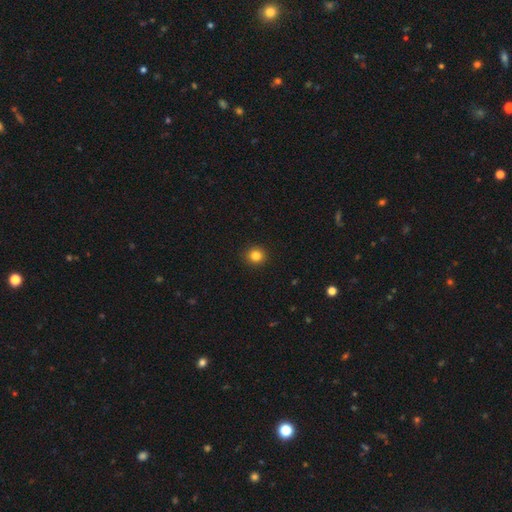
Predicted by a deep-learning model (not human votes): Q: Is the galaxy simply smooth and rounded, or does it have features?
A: smooth — 84%.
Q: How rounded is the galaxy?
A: round — 91%.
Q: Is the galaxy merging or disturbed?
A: none — 93%.